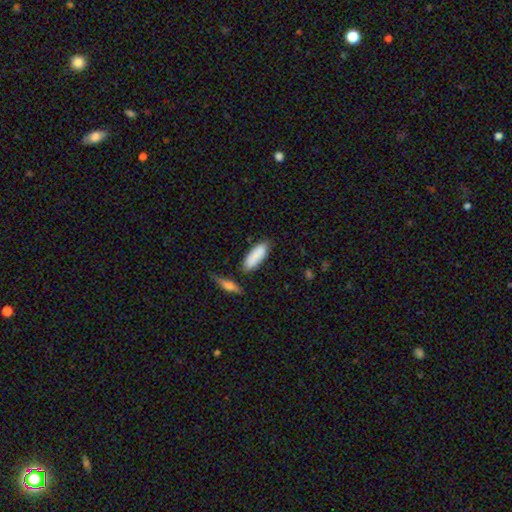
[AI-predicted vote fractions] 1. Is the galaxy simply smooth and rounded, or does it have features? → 86% smooth, 8% featured or disk, 6% star or artifact.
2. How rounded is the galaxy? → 72% in between, 27% cigar-shaped, 2% round.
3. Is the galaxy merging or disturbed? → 72% none, 16% minor disturbance, 8% merger, 4% major disturbance.